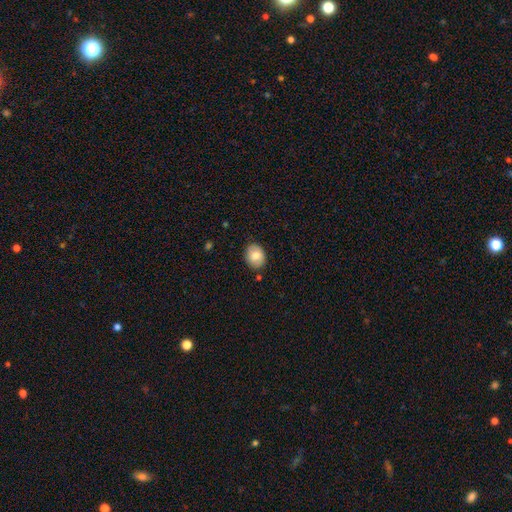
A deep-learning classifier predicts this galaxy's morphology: A smooth galaxy with no disk features (77%) that is in between round and cigar-shaped (53%). Merging: none (83%).